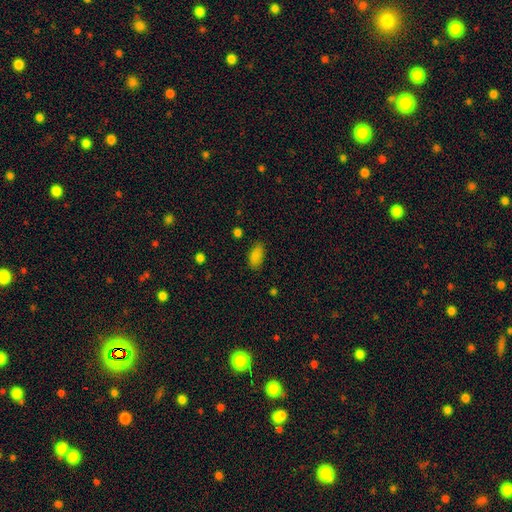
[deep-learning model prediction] The model was most divided on "merging": none: 82%, minor disturbance: 13%, major disturbance: 3%, merger: 1%. More confident: how rounded — in between (92%); smooth or featured — smooth (85%).